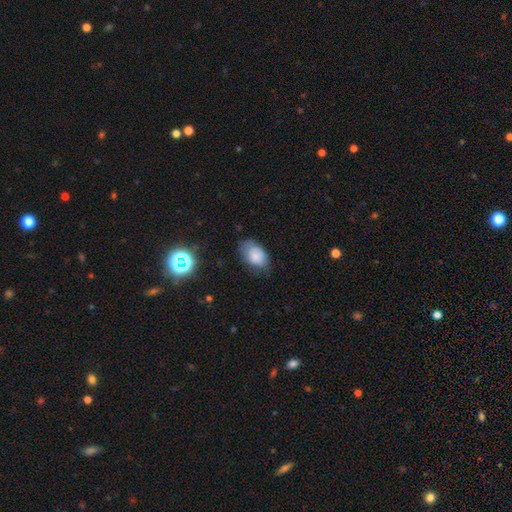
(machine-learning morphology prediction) Smooth or featured: smooth — 74% (featured or disk — 16%)
How rounded: in between — 89% (round — 10%)
Merging: none — 63% (minor disturbance — 27%)